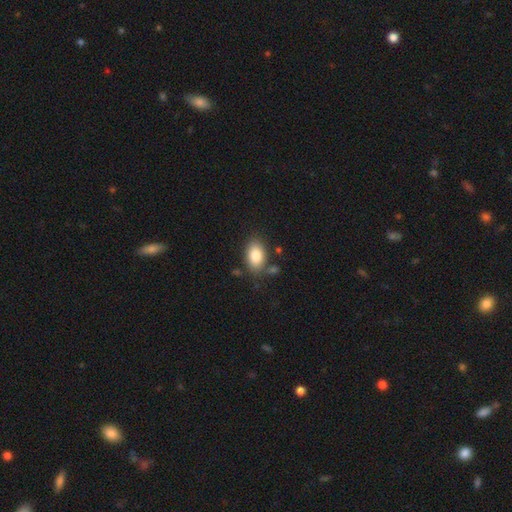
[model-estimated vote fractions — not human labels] Smooth or featured? Predicted: smooth (p=0.83). How rounded? Predicted: in between (p=0.90). Merging? Predicted: none (p=0.76).